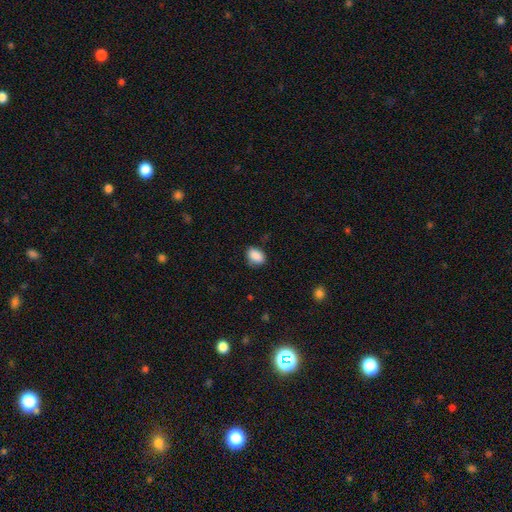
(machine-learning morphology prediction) smooth_or_featured: smooth (p=0.88) [alt: star or artifact p=0.08]
how_rounded: in between (p=0.74) [alt: round p=0.25]
merging: none (p=0.76) [alt: minor disturbance p=0.19]